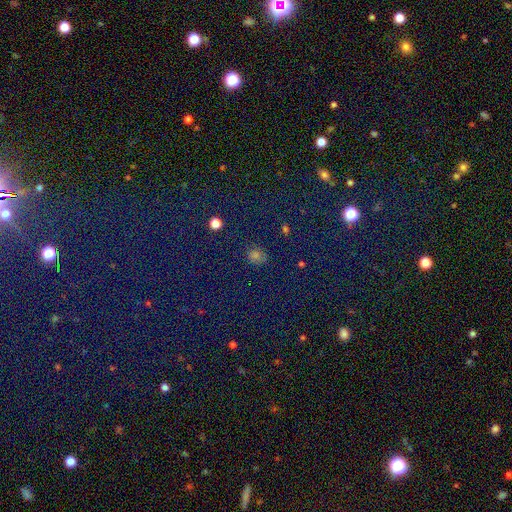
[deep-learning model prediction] A smooth galaxy with no disk features (65%) that is round (70%). Merging: none (84%).